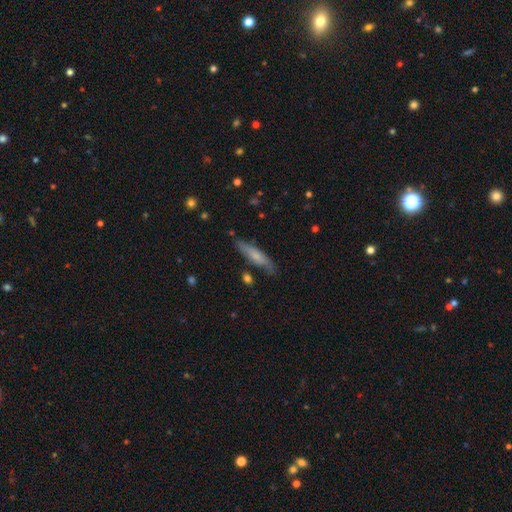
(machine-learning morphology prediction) This appears to be a smooth galaxy with no disk features (60%) that is cigar-shaped (76%). Merging: none (74%).